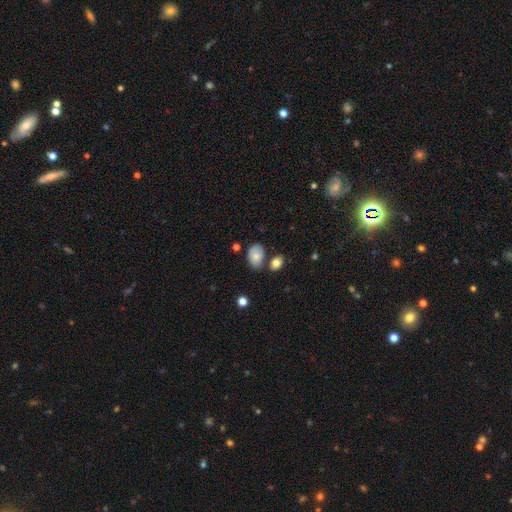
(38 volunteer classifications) Smooth or featured: smooth — 84% (featured or disk — 8%)
How rounded: in between — 91% (round — 9%)
Merging: none — 57% (minor disturbance — 26%)